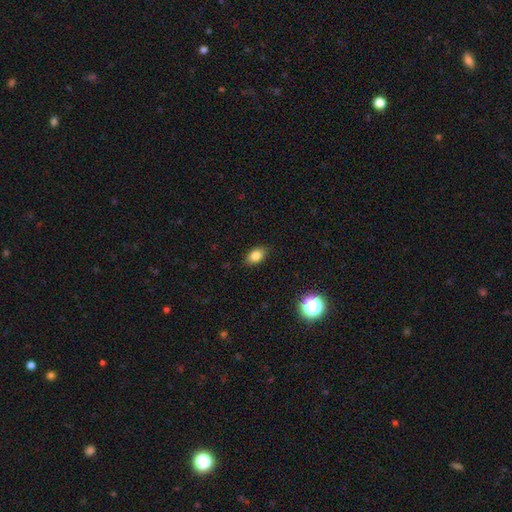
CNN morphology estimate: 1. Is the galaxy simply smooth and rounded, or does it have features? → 81% smooth, 11% star or artifact, 8% featured or disk.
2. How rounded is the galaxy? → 83% in between, 15% round, 2% cigar-shaped.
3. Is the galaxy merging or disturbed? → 86% none, 11% minor disturbance, 2% major disturbance, 1% merger.